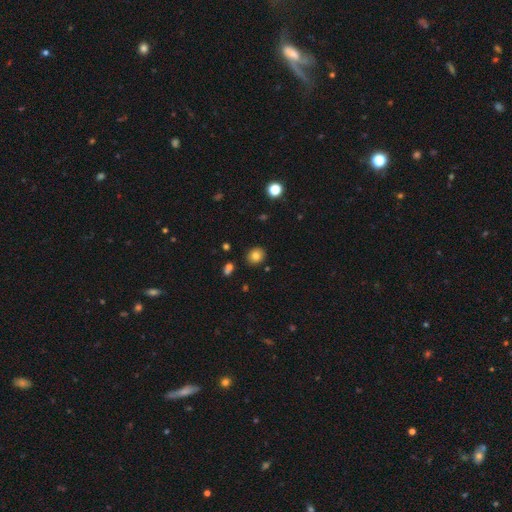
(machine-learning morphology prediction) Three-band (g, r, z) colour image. It shows a smooth galaxy with no disk features (80%) that is round (78%). Merging: none (88%).